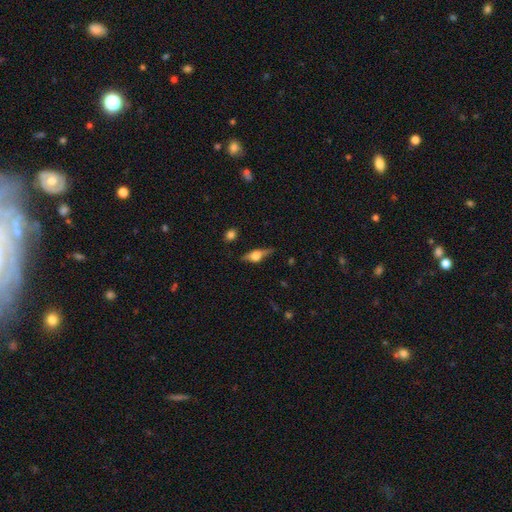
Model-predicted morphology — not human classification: Smooth or featured? Predicted: featured or disk (p=0.62). Edge-on disk? Predicted: yes (p=0.94). Edge-on bulge? Predicted: rounded (p=0.90). Merging? Predicted: none (p=0.75).